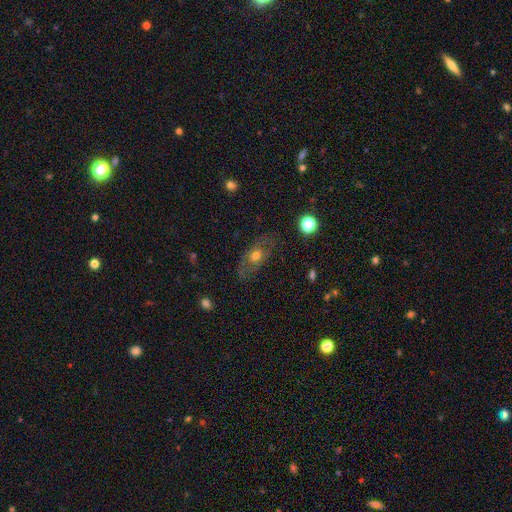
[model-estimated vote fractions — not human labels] A featured or disk galaxy (49%). Merging: none (75%).